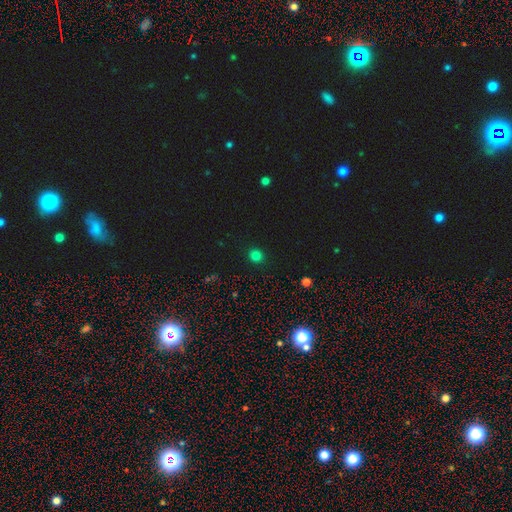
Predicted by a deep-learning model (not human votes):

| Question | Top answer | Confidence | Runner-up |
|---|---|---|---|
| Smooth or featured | smooth | 79% | star or artifact (17%) |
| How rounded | round | 89% | in between (10%) |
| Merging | none | 92% | minor disturbance (5%) |